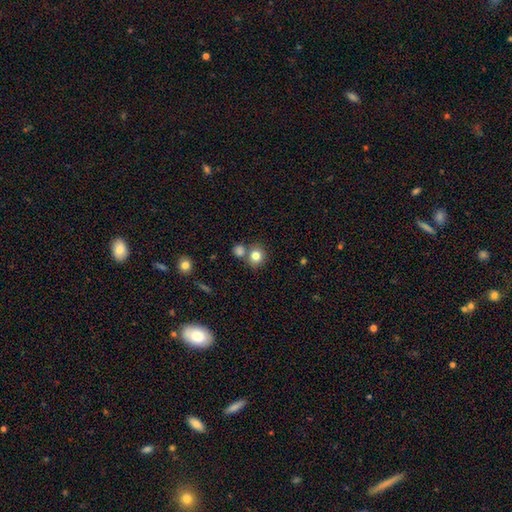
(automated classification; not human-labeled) This is clearly a smooth galaxy (81%). How rounded: clearly round (84%). Merging: likely none (65%).